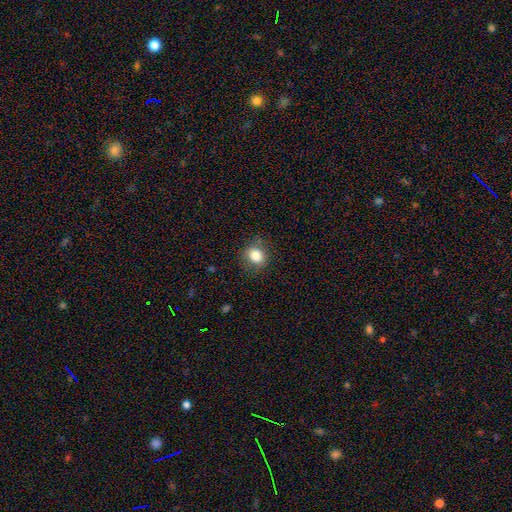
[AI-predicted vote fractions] This appears to be a smooth galaxy with no disk features (82%) that is round (68%). Merging: none (81%).